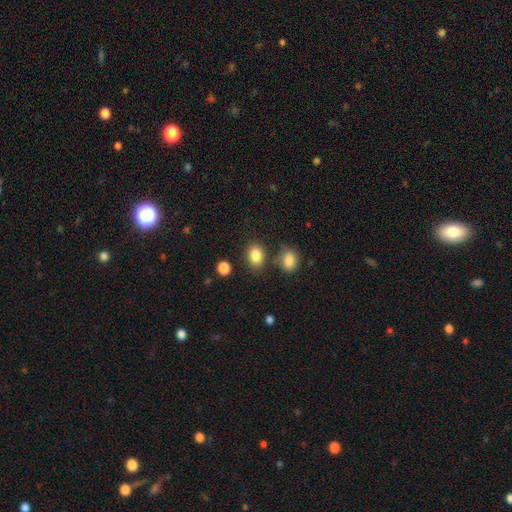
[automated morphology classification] type=smooth (85%); roundness=in between (69%); merging=none (75%).